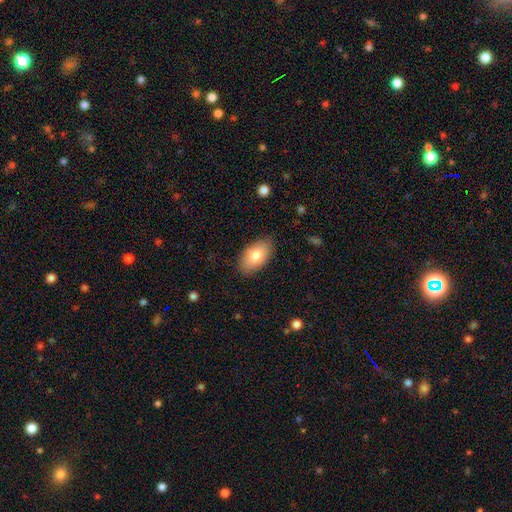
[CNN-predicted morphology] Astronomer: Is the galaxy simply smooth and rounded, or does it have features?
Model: smooth — 79%.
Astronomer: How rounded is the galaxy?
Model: in between — 94%.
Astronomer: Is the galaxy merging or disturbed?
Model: none — 85%.